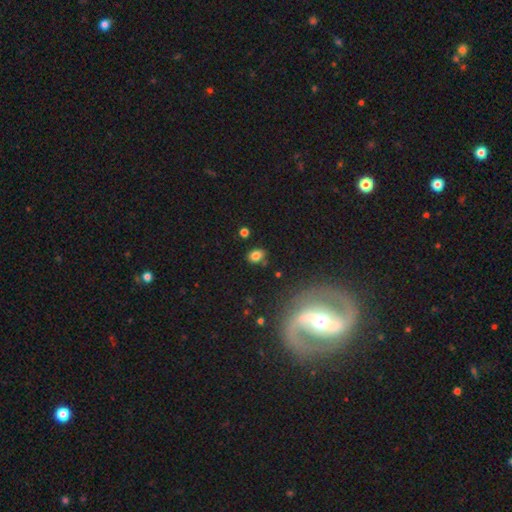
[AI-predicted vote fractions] This appears to be a smooth galaxy with no disk features (80%) that is in between round and cigar-shaped (64%). Merging: none (80%).